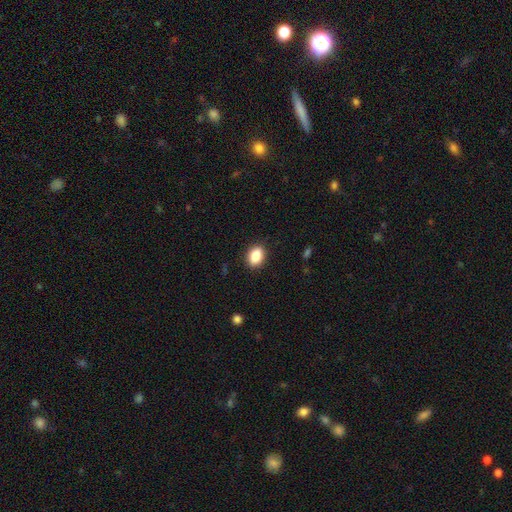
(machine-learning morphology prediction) smooth 86%, star or artifact 8%, featured or disk 5%. Down the decision tree: how rounded — in between (79%); merging — none (88%).